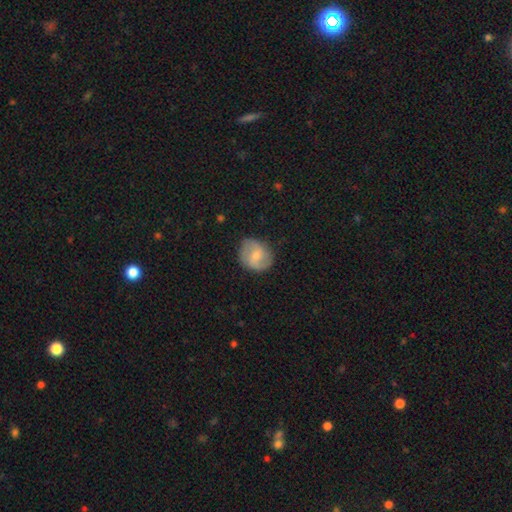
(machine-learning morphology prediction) A featured or disk galaxy (49%). Merging: none (77%).